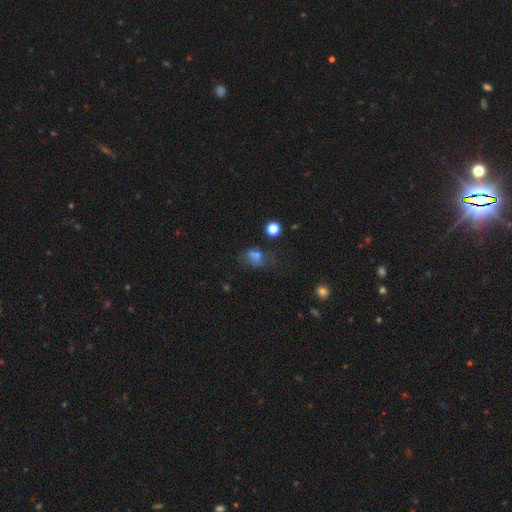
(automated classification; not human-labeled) smooth 67%, star or artifact 19%, featured or disk 14%. Down the decision tree: how rounded — in between (62%); merging — none (45%).